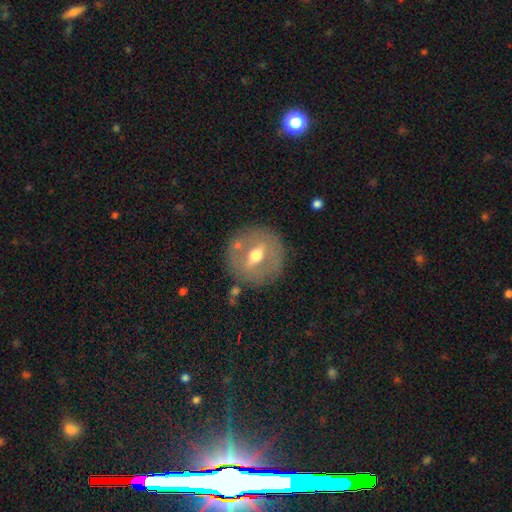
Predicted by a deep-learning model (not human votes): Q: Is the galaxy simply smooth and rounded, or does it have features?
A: featured or disk — 56%.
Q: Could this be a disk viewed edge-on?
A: no — 78%.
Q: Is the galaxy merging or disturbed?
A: none — 83%.